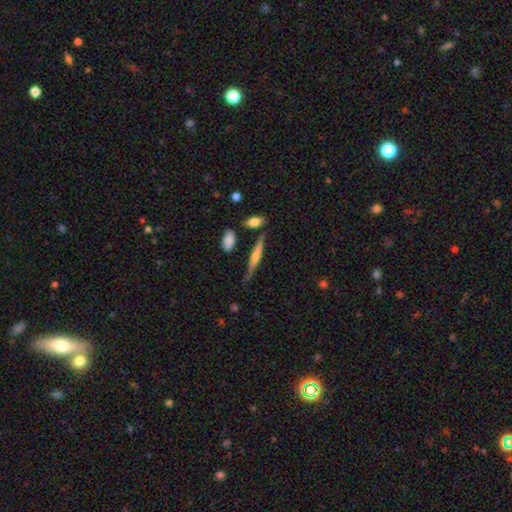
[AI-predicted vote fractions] A featured or disk galaxy (53%) viewed edge-on (95%) with a rounded central bulge (79%).

Vote fractions:
- Smooth or featured? featured or disk: 53% / smooth: 40% / star or artifact: 7%
- Edge-on disk? yes: 95% / no: 5%
- Edge-on bulge? rounded: 79% / none: 13% / boxy: 8%
- Merging? none: 74% / minor disturbance: 16% / merger: 6% / major disturbance: 4%